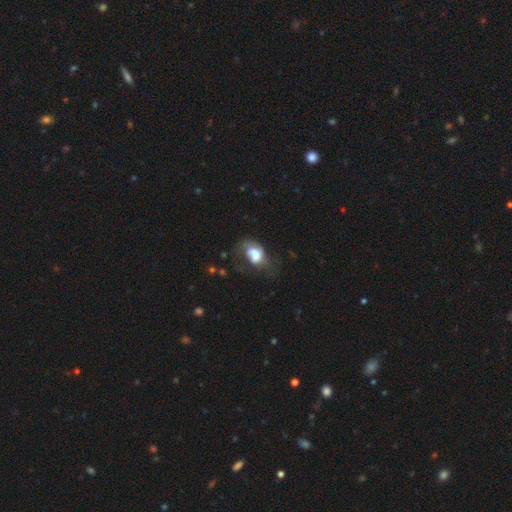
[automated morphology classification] smooth-or-featured: smooth: 60% | featured or disk: 30% | star or artifact: 10%
  how-rounded: in between: 74% | round: 25% | cigar-shaped: 1%
  merging: major disturbance: 37% | none: 32% | minor disturbance: 27% | merger: 4%